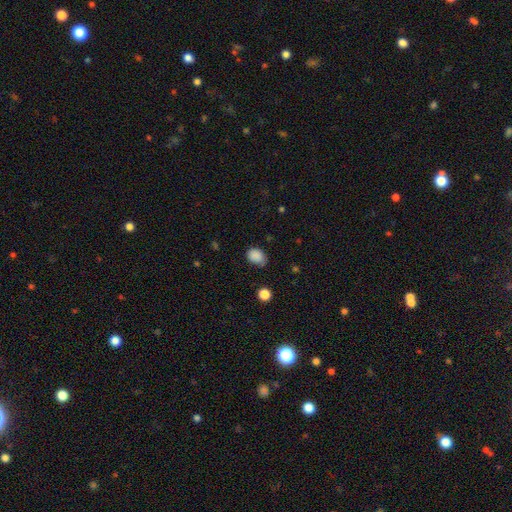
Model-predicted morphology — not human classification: smooth_or_featured: smooth (p=0.86) [alt: star or artifact p=0.09]
how_rounded: in between (p=0.63) [alt: round p=0.36]
merging: none (p=0.62) [alt: minor disturbance p=0.30]